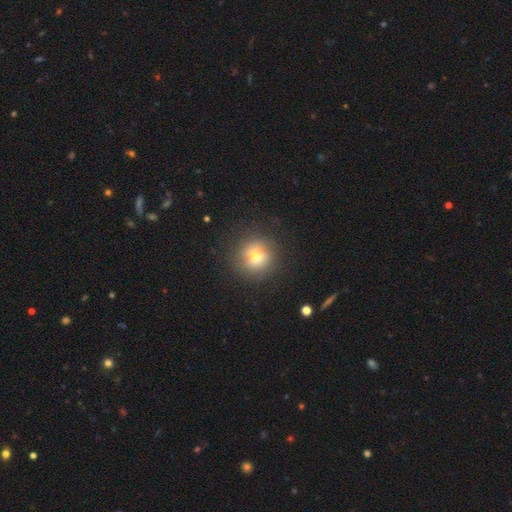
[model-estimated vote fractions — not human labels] This appears to be a smooth galaxy with no disk features (65%) that is round (92%). Merging: none (83%).